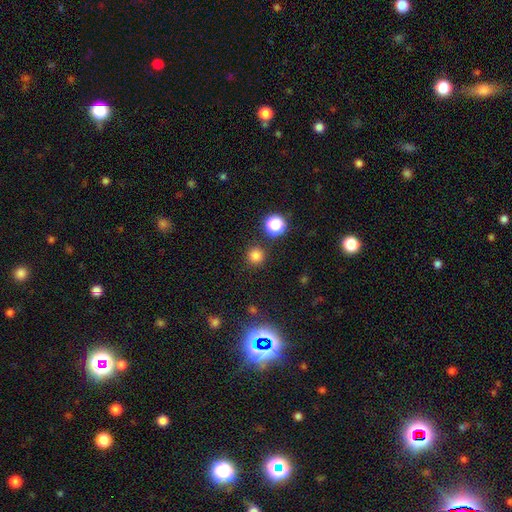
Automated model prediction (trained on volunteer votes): Smooth or featured: smooth — 79% (star or artifact — 17%)
How rounded: round — 95% (in between — 4%)
Merging: none — 88% (minor disturbance — 6%)